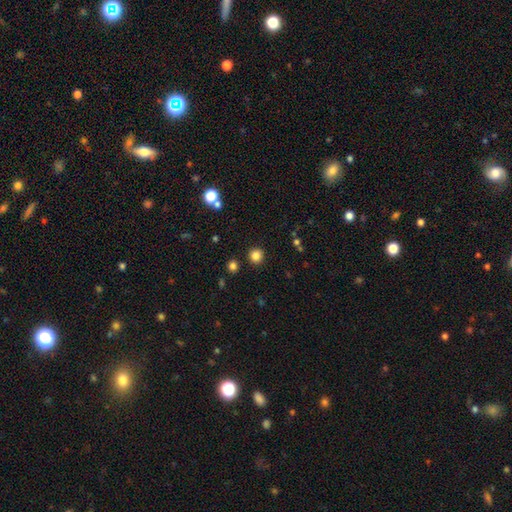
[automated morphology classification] smooth_or_featured: smooth (p=0.83) [alt: star or artifact p=0.13]
how_rounded: round (p=0.94) [alt: in between p=0.05]
merging: none (p=0.91) [alt: minor disturbance p=0.05]